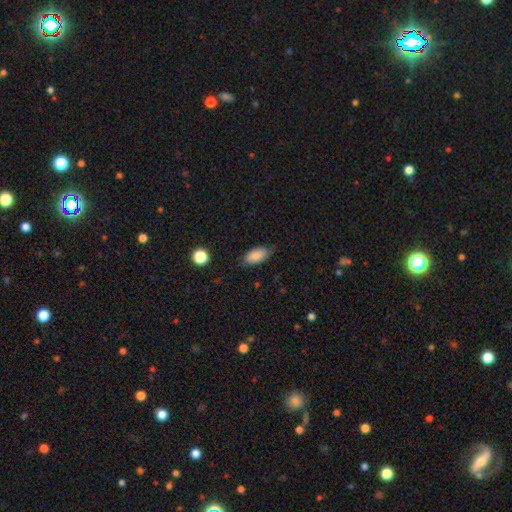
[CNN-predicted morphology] smooth 85%, featured or disk 8%, star or artifact 7%. Down the decision tree: how rounded — in between (92%); merging — none (76%).